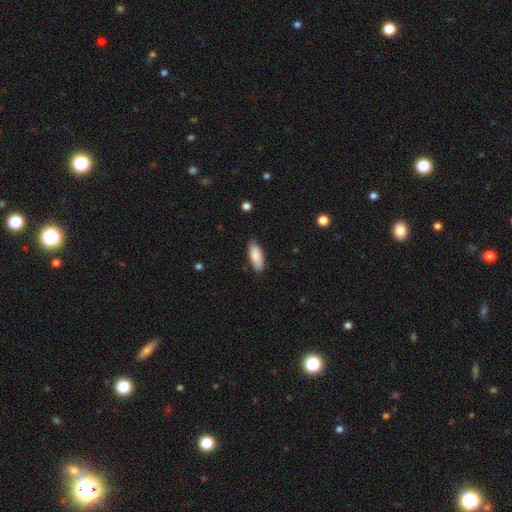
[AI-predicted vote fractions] Overall: smooth (87%). How rounded: in between (75%). Merging: none (84%).